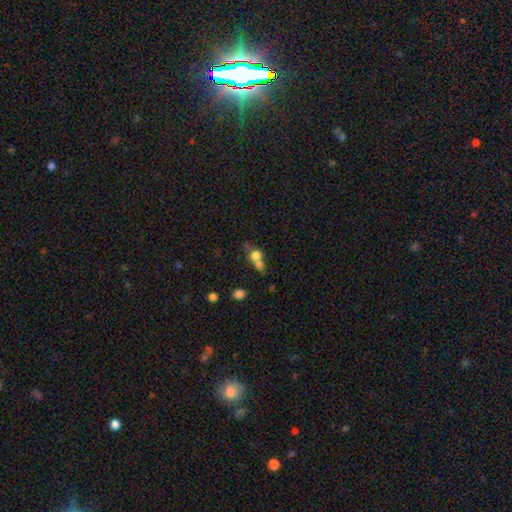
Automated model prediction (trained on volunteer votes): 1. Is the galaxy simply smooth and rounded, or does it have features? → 71% smooth, 17% featured or disk, 12% star or artifact.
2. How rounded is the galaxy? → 70% round, 27% in between, 3% cigar-shaped.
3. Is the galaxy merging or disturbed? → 59% merger, 27% none, 7% minor disturbance, 6% major disturbance.